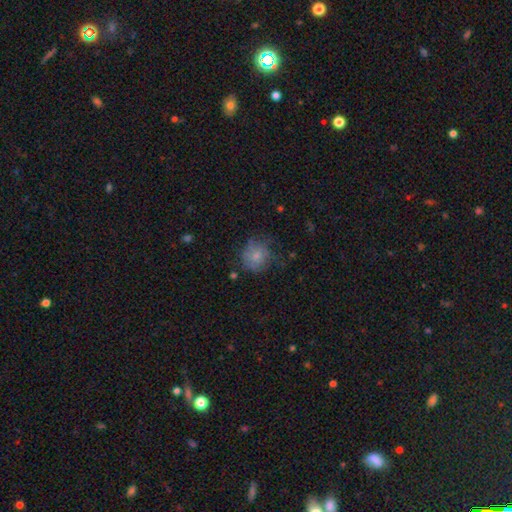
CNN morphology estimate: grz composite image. It shows a smooth galaxy with no disk features (74%) that is round (81%). Merging: none (56%).